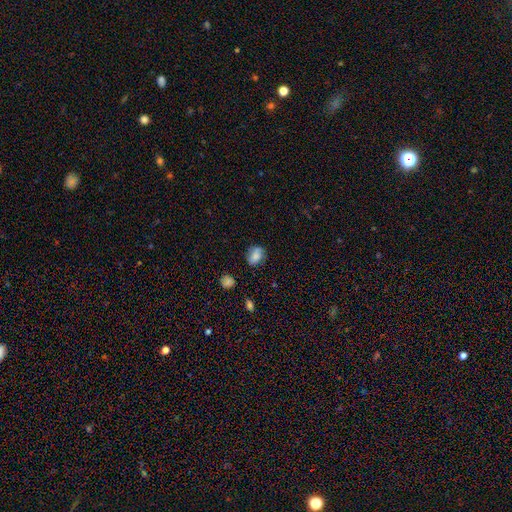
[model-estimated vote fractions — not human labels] The model was most divided on "how rounded": in between: 65%, round: 33%, cigar-shaped: 2%. More confident: smooth or featured — smooth (74%); merging — none (72%).